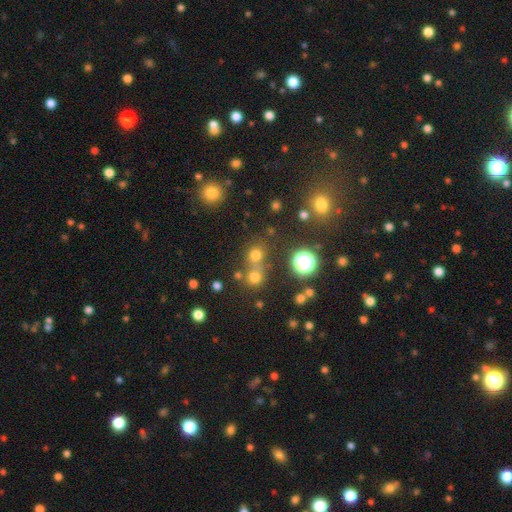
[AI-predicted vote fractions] smooth 62%, star or artifact 29%, featured or disk 9%. Down the decision tree: how rounded — round (88%); merging — none (58%).